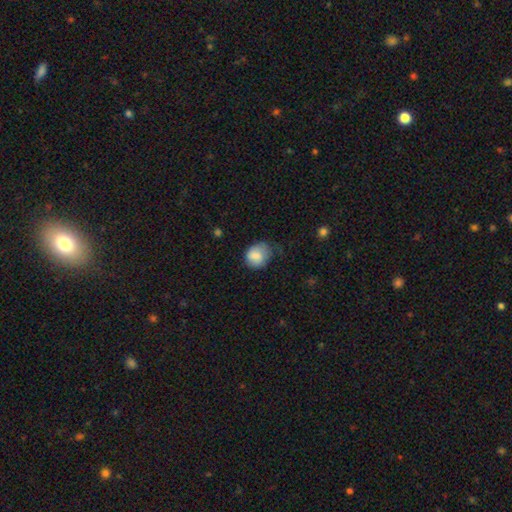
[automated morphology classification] Smooth or featured: smooth — 78% (featured or disk — 14%)
How rounded: round — 66% (in between — 34%)
Merging: none — 48% (minor disturbance — 36%)